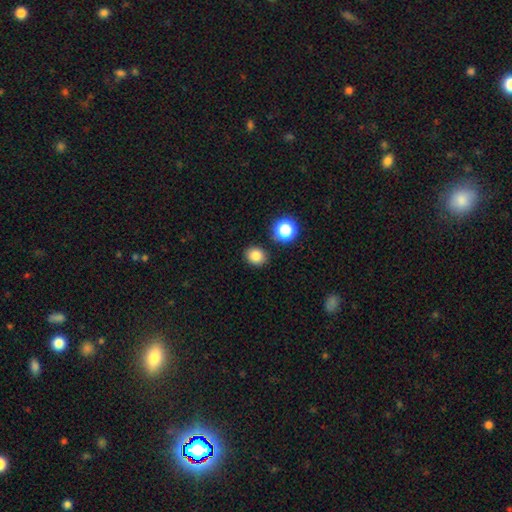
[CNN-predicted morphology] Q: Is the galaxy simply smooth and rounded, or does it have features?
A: smooth — 82%.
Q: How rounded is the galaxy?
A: round — 73%.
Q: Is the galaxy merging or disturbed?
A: none — 86%.